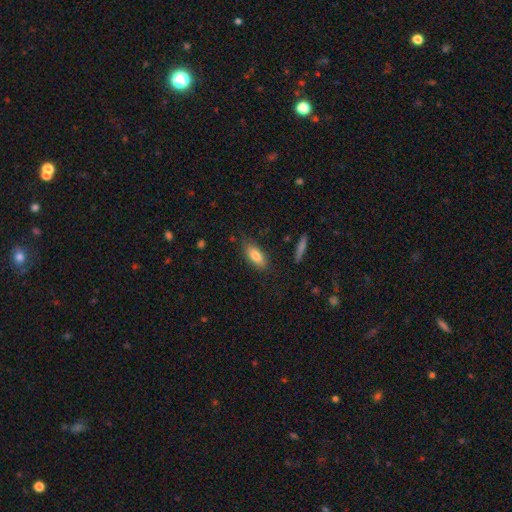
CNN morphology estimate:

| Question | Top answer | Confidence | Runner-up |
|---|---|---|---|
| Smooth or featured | smooth | 81% | featured or disk (12%) |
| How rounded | in between | 82% | cigar-shaped (15%) |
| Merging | none | 79% | minor disturbance (16%) |